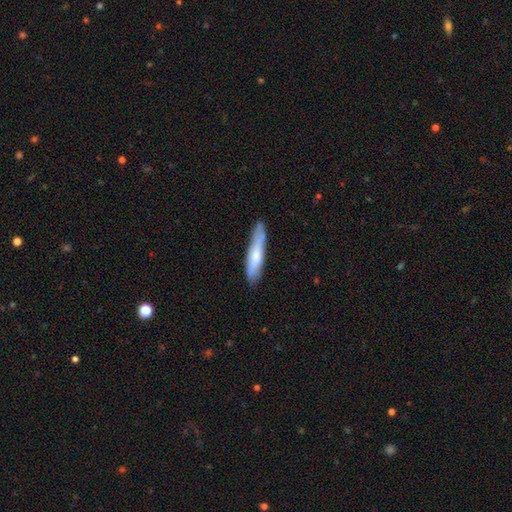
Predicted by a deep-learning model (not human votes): smooth-or-featured: smooth: 66% | featured or disk: 29% | star or artifact: 6%
  how-rounded: cigar-shaped: 84% | in between: 15% | round: 1%
  merging: none: 75% | minor disturbance: 19% | major disturbance: 4% | merger: 2%